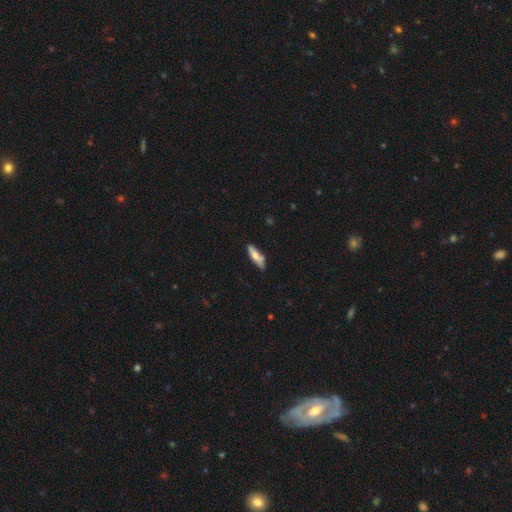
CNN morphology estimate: The model was most divided on "how rounded": cigar-shaped: 59%, in between: 39%, round: 2%. More confident: merging — none (75%); smooth or featured — smooth (60%).